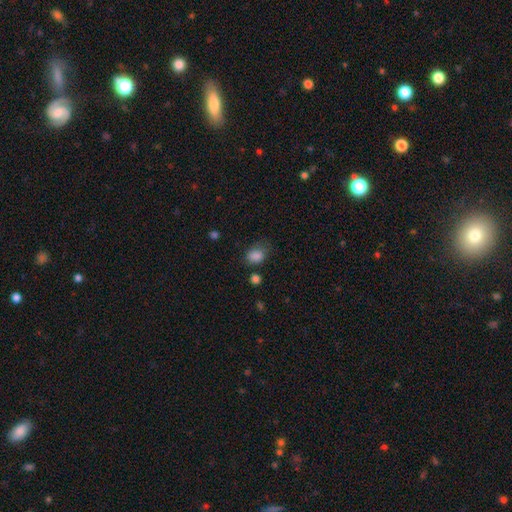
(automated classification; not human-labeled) smooth-or-featured: smooth: 84% | star or artifact: 11% | featured or disk: 5%
  how-rounded: in between: 63% | round: 36% | cigar-shaped: 1%
  merging: none: 56% | minor disturbance: 29% | major disturbance: 10% | merger: 4%